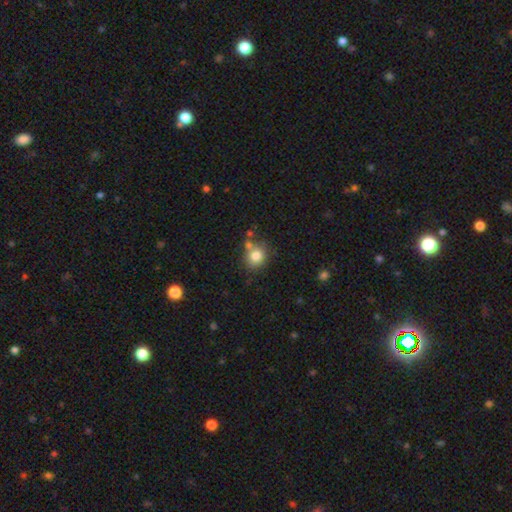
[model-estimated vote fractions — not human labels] smooth_or_featured: smooth (p=0.81) [alt: star or artifact p=0.11]
how_rounded: round (p=0.80) [alt: in between p=0.19]
merging: none (p=0.66) [alt: merger p=0.17]